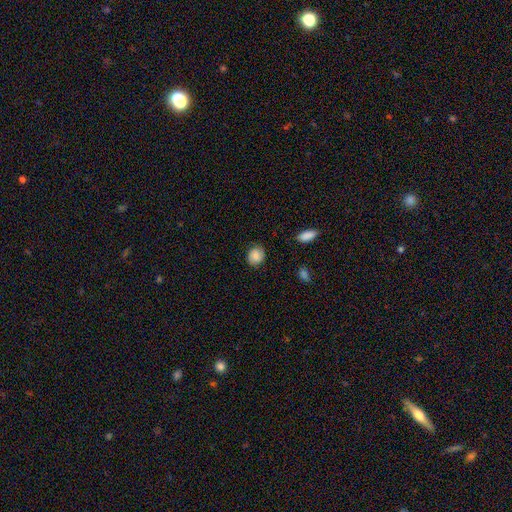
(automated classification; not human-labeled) smooth-or-featured: smooth: 80% | featured or disk: 12% | star or artifact: 8%
  how-rounded: round: 66% | in between: 32% | cigar-shaped: 1%
  merging: none: 82% | minor disturbance: 14% | major disturbance: 3% | merger: 1%